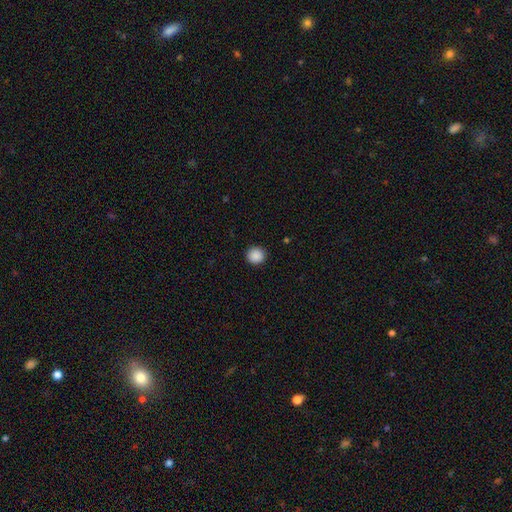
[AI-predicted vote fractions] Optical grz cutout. It shows a smooth galaxy with no disk features (89%) that is round (93%). Merging: none (92%).